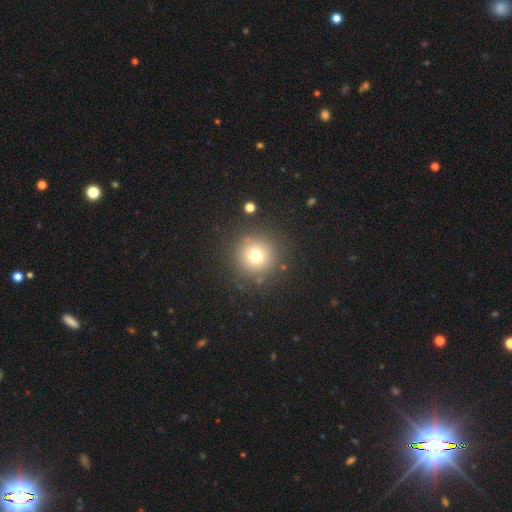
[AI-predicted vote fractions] The model was most divided on "smooth or featured": smooth: 72%, star or artifact: 16%, featured or disk: 12%. More confident: how rounded — round (95%); merging — none (86%).